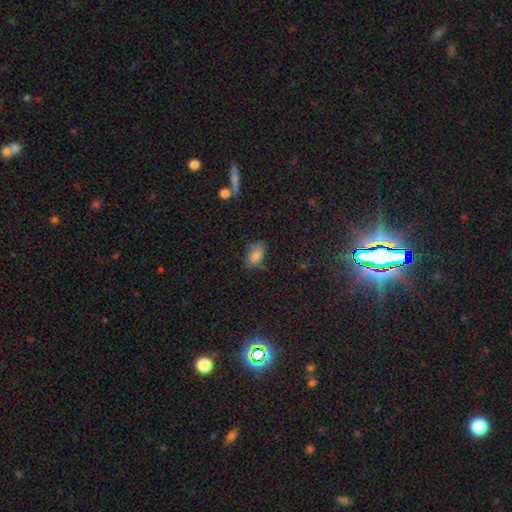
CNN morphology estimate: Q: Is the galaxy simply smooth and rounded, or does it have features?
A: smooth — 79%.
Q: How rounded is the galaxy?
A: in between — 88%.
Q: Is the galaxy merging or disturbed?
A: none — 62%.